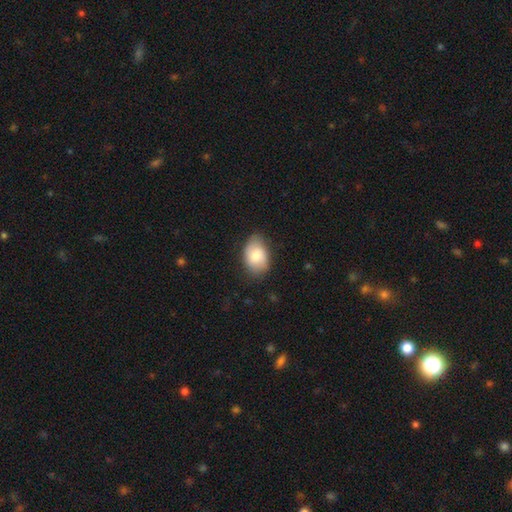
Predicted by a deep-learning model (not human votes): smooth_or_featured: smooth (p=0.78) [alt: featured or disk p=0.15]
how_rounded: in between (p=0.85) [alt: round p=0.14]
merging: none (p=0.76) [alt: minor disturbance p=0.19]